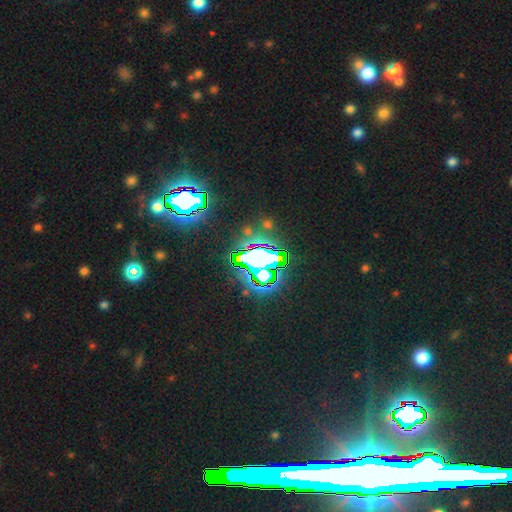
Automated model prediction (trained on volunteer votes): Smooth or featured: star or artifact — 73% (smooth — 15%)